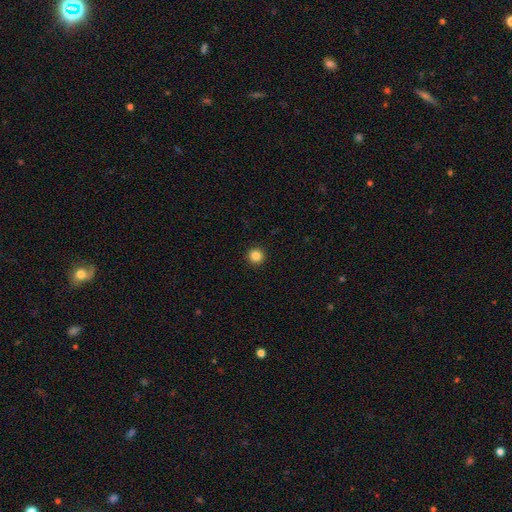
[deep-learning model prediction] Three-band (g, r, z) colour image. It shows a smooth galaxy with no disk features (85%) that is round (96%). Merging: none (94%).